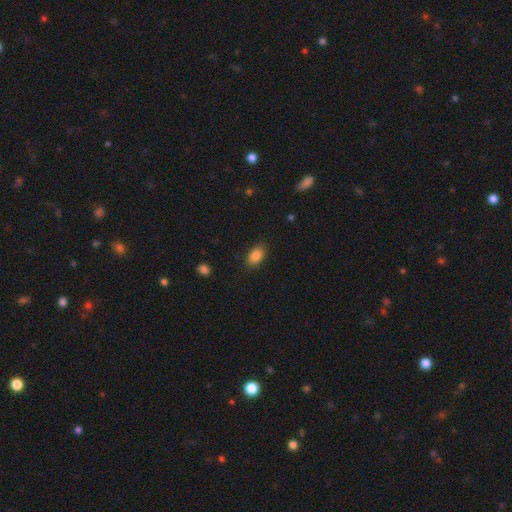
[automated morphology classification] Smooth or featured: smooth — 86% (star or artifact — 8%)
How rounded: in between — 89% (round — 8%)
Merging: none — 85% (minor disturbance — 11%)